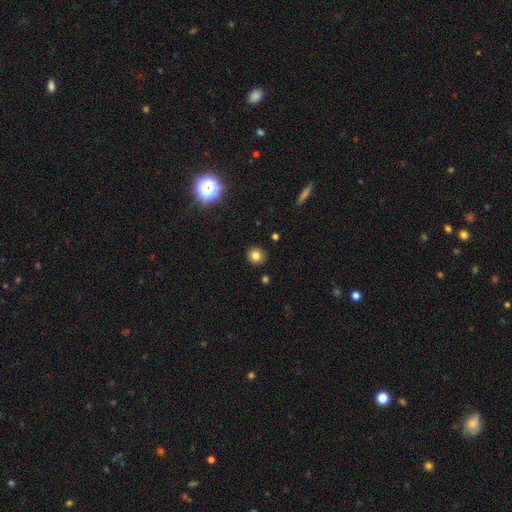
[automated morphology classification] Smooth or featured: smooth — 80% (star or artifact — 13%)
How rounded: round — 91% (in between — 8%)
Merging: none — 91% (minor disturbance — 6%)